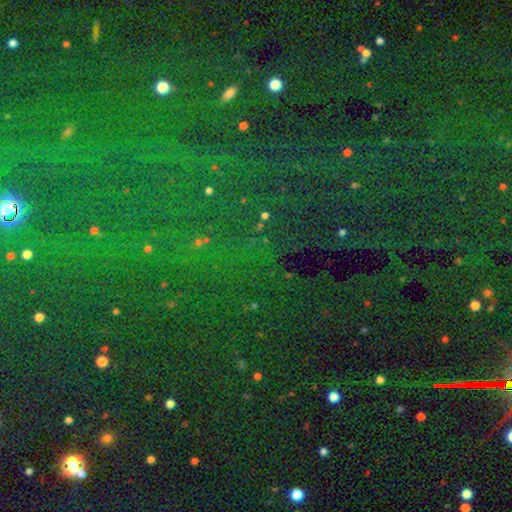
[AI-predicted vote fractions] Smooth or featured: star or artifact — 84% (smooth — 10%)